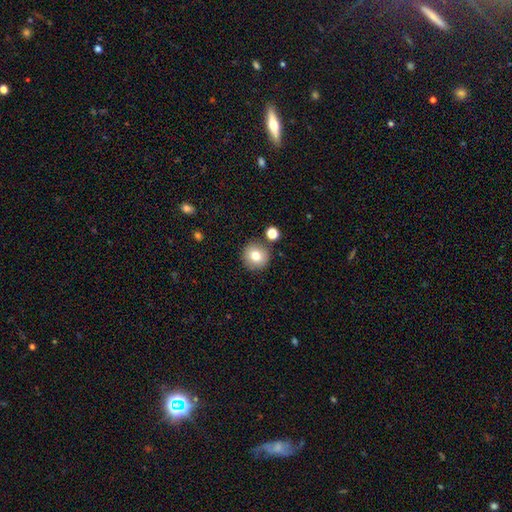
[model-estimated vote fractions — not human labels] Smooth or featured? Predicted: smooth (p=0.79). How rounded? Predicted: round (p=0.94). Merging? Predicted: none (p=0.84).